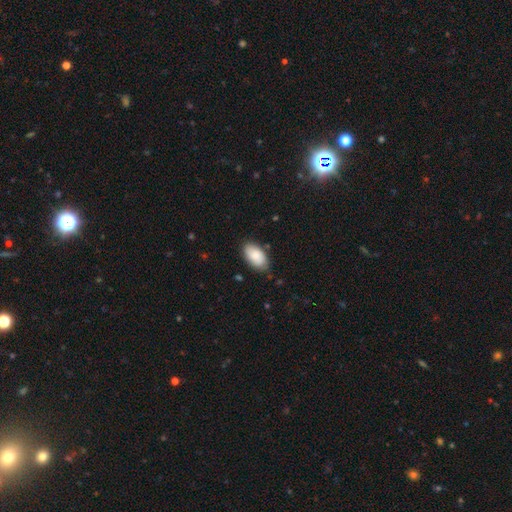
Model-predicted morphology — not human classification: The model was most divided on "merging": none: 81%, minor disturbance: 15%, major disturbance: 3%, merger: 1%. More confident: how rounded — in between (95%); smooth or featured — smooth (81%).